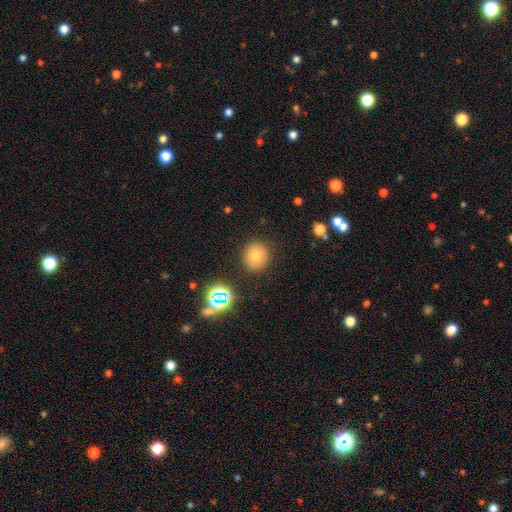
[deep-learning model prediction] Smooth or featured: smooth — 71% (star or artifact — 18%)
How rounded: round — 88% (in between — 11%)
Merging: none — 88% (minor disturbance — 7%)